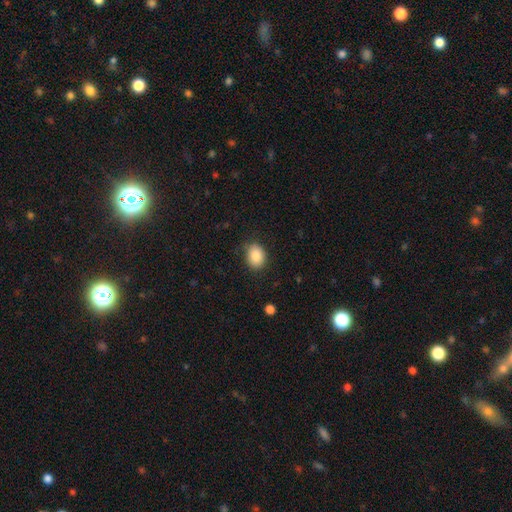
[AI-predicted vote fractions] This appears to be a smooth galaxy with no disk features (87%) that is in between round and cigar-shaped (63%). Merging: none (82%).